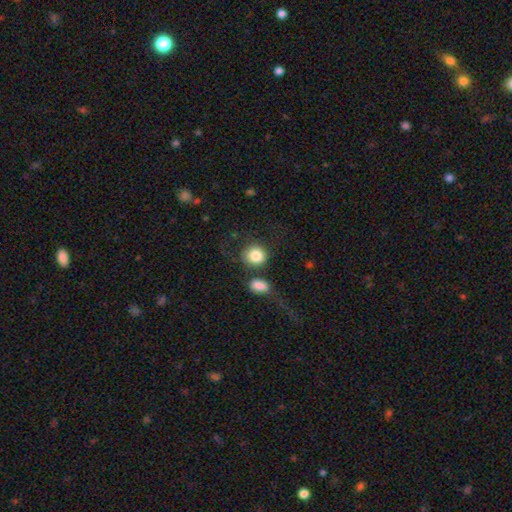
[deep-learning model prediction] Smooth or featured?
  - smooth: 84% *
  - featured or disk: 8%
  - star or artifact: 7%
How rounded?
  - round: 82% *
  - in between: 17%
  - cigar-shaped: 1%
Merging?
  - none: 52% *
  - merger: 22%
  - minor disturbance: 14%
  - major disturbance: 12%